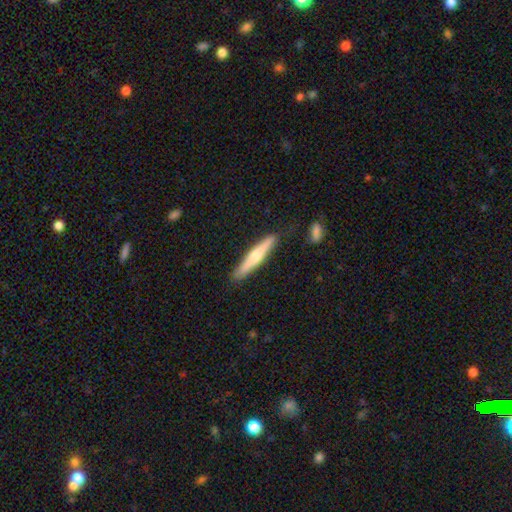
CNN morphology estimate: Smooth or featured? smooth (48%)
Merging? none (85%)